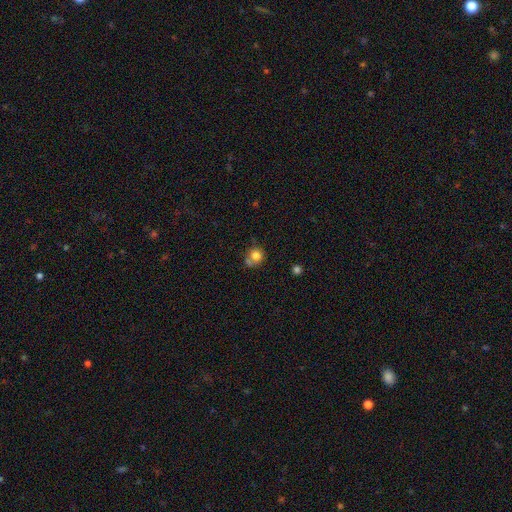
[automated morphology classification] smooth 77%, featured or disk 12%, star or artifact 11%. Down the decision tree: how rounded — round (80%); merging — none (52%).